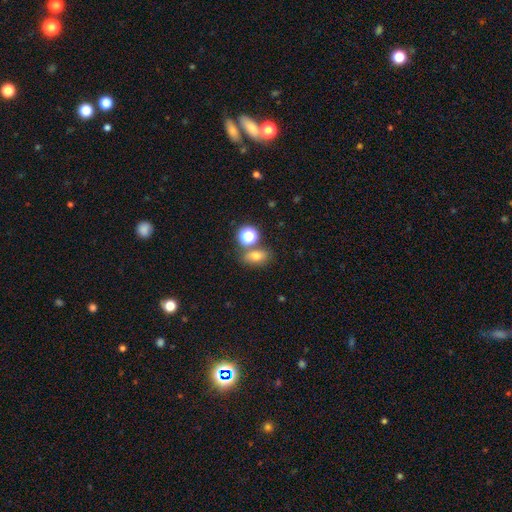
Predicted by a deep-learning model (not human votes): Smooth or featured: smooth — 70% (star or artifact — 18%)
How rounded: in between — 68% (round — 30%)
Merging: none — 66% (merger — 18%)